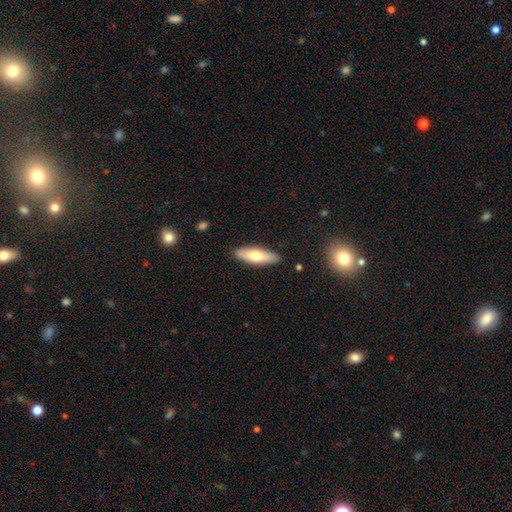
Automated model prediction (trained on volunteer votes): Overall: smooth (68%). How rounded: in between (50%; cigar-shaped 48%). Merging: none (87%).